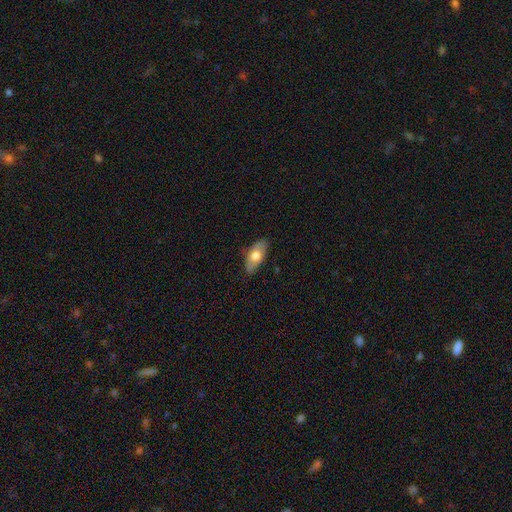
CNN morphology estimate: smooth-or-featured: smooth: 65% | featured or disk: 29% | star or artifact: 6%
  how-rounded: in between: 87% | cigar-shaped: 9% | round: 4%
  merging: none: 80% | minor disturbance: 16% | major disturbance: 3% | merger: 1%